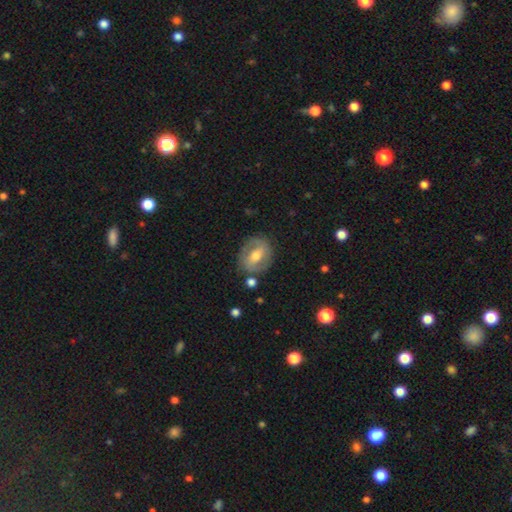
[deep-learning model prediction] Q: Smooth or featured?
A: featured or disk (62%); runner-up: smooth (31%)
Q: Edge-on disk?
A: no (94%); runner-up: yes (6%)
Q: Bar?
A: weak (39%); runner-up: strong (37%)
Q: Spiral arms?
A: yes (58%); runner-up: no (42%)
Q: Bulge size?
A: moderate (68%); runner-up: small (24%)
Q: Merging?
A: none (78%); runner-up: minor disturbance (14%)